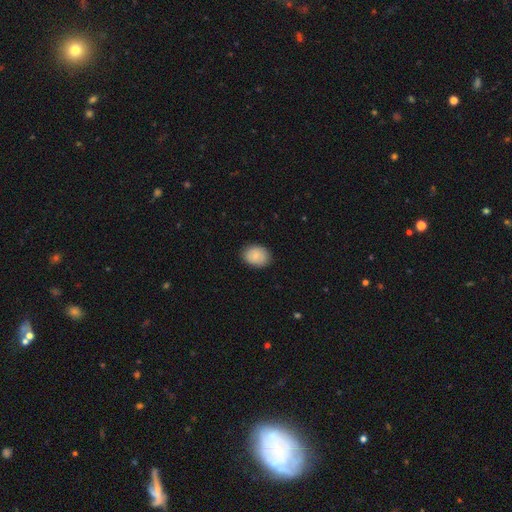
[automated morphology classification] A smooth galaxy with no disk features (85%) that is in between round and cigar-shaped (60%). Merging: none (87%).